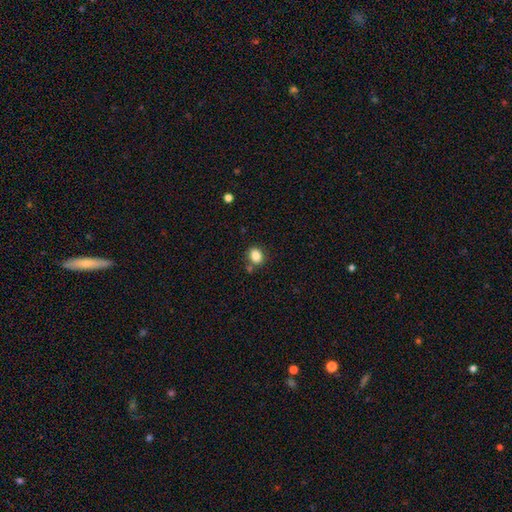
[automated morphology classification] Smooth or featured? smooth (85%)
How rounded? round (51%)
Merging? none (72%)